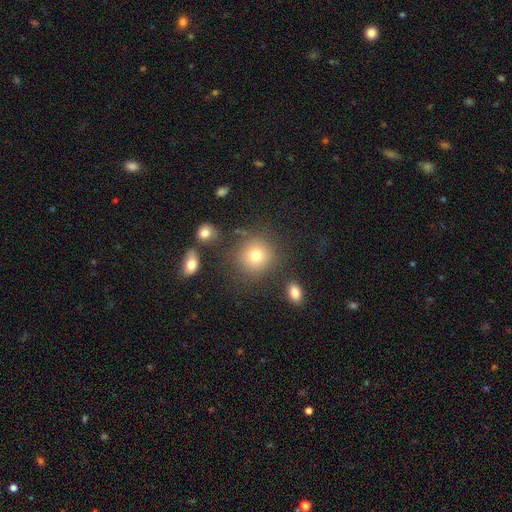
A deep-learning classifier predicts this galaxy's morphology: Smooth or featured?
  - smooth: 78% *
  - star or artifact: 13%
  - featured or disk: 10%
How rounded?
  - round: 89% *
  - in between: 10%
  - cigar-shaped: 1%
Merging?
  - none: 79% *
  - minor disturbance: 10%
  - merger: 6%
  - major disturbance: 5%